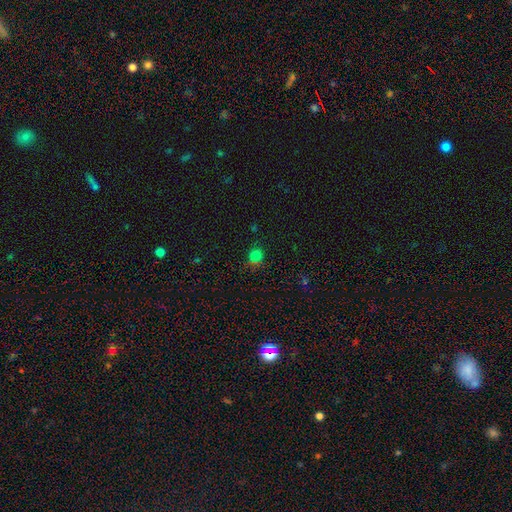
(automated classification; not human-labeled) A smooth galaxy with no disk features (70%) that is round (80%). Merging: none (74%).